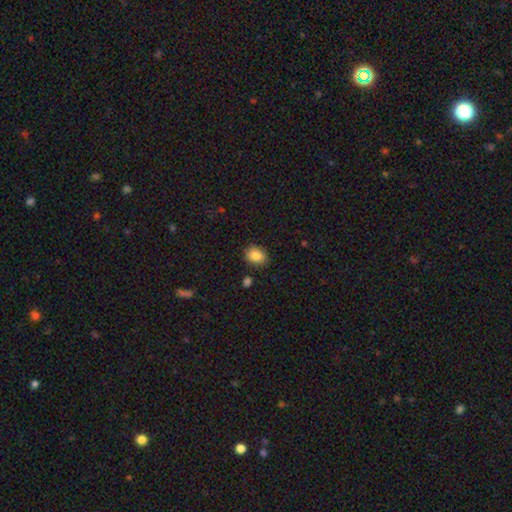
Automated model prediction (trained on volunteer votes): This appears to be a smooth galaxy with no disk features (86%) that is in between round and cigar-shaped (57%). Merging: none (84%).